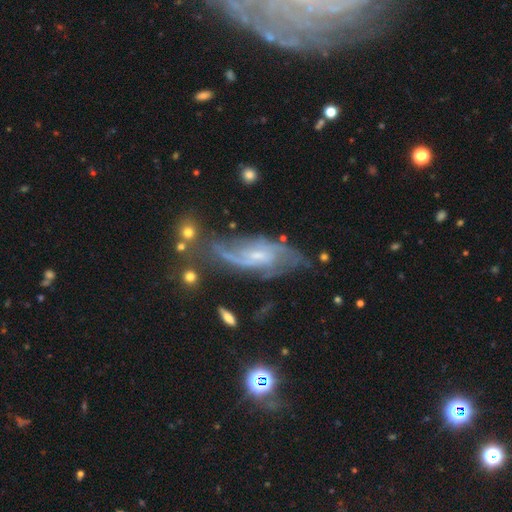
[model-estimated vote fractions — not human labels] This is likely a featured or disk galaxy (79%). It is clearly not viewed edge-on (89%). Bar: possibly no (48%). Spiral arm pattern: clearly yes (92%). Spiral arm count: marginally 2 (45%). Spiral winding: marginally medium (43%). Central bulge: likely small (69%). Merging: possibly none (57%).